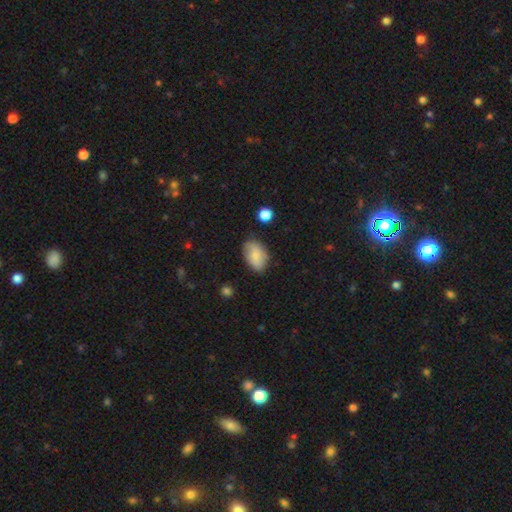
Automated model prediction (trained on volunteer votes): A smooth galaxy with no disk features (78%) that is in between round and cigar-shaped (90%). Merging: none (72%).